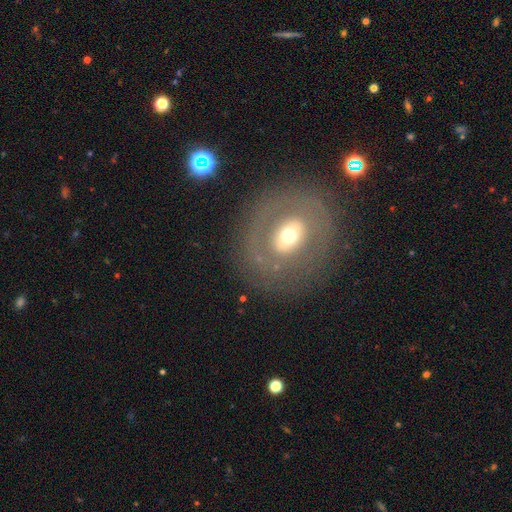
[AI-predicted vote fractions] Smooth or featured? Predicted: featured or disk (p=0.59). Edge-on disk? Predicted: no (p=0.93). Bar? Predicted: no (p=0.56). Spiral arms? Predicted: no (p=0.74). Bulge size? Predicted: moderate (p=0.61). Merging? Predicted: none (p=0.80).